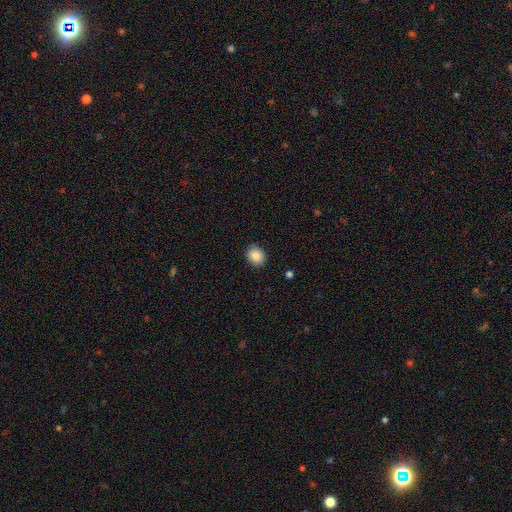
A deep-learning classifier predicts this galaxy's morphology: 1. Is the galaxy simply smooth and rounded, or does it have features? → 87% smooth, 8% star or artifact, 5% featured or disk.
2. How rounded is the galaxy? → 69% round, 30% in between, 1% cigar-shaped.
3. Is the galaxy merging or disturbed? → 89% none, 8% minor disturbance, 2% major disturbance, 1% merger.